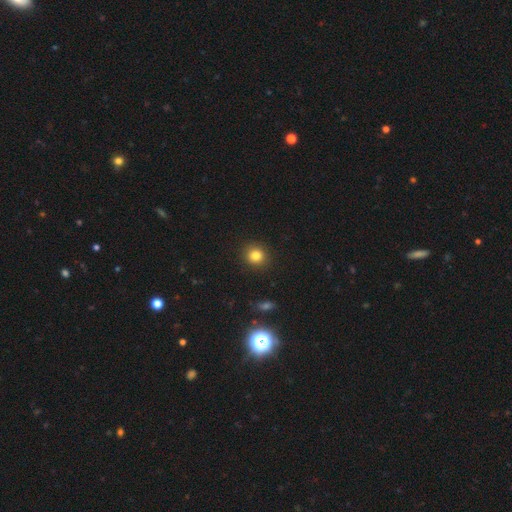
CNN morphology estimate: Smooth or featured? smooth (82%)
How rounded? round (88%)
Merging? none (91%)